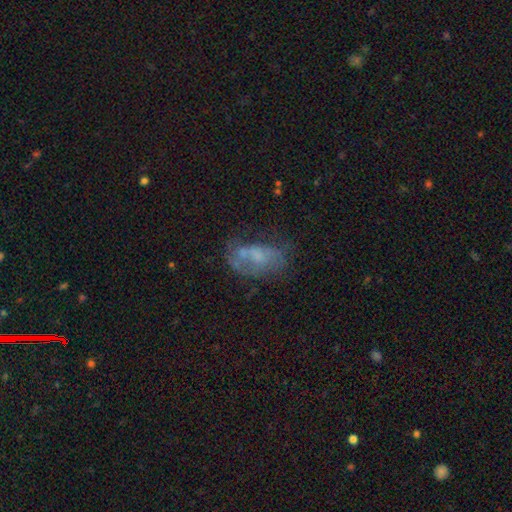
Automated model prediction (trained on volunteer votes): Smooth or featured? Predicted: featured or disk (p=0.49). Merging? Predicted: none (p=0.39).